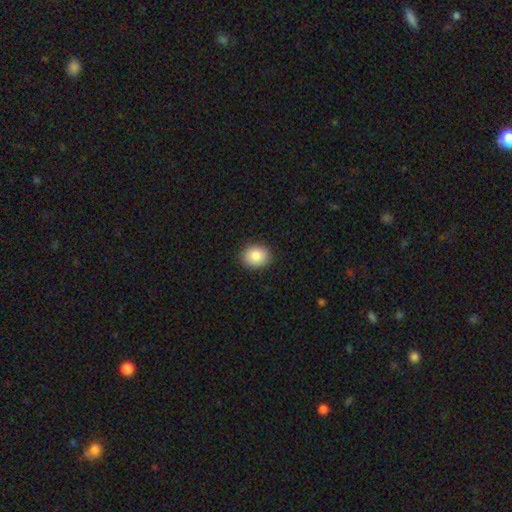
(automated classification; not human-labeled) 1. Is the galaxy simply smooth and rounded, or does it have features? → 87% smooth, 8% star or artifact, 6% featured or disk.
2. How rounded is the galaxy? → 57% round, 42% in between, 1% cigar-shaped.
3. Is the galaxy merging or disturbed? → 90% none, 7% minor disturbance, 2% major disturbance, 1% merger.